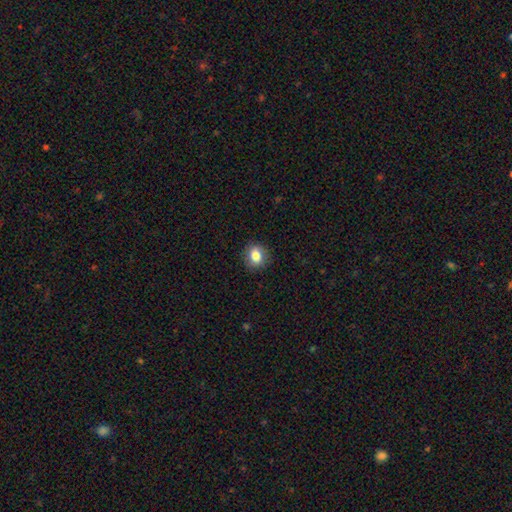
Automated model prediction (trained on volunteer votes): Morphology: type=smooth (81%); roundness=round (71%); merging=none (88%).